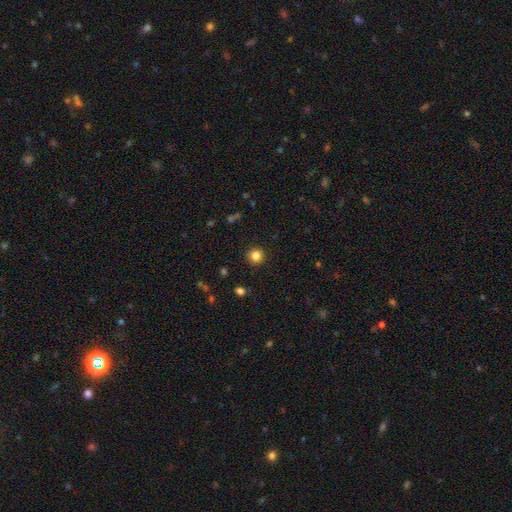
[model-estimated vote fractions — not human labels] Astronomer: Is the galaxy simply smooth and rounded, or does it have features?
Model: smooth — 84%.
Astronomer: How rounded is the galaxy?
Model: round — 93%.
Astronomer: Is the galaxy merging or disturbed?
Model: none — 91%.